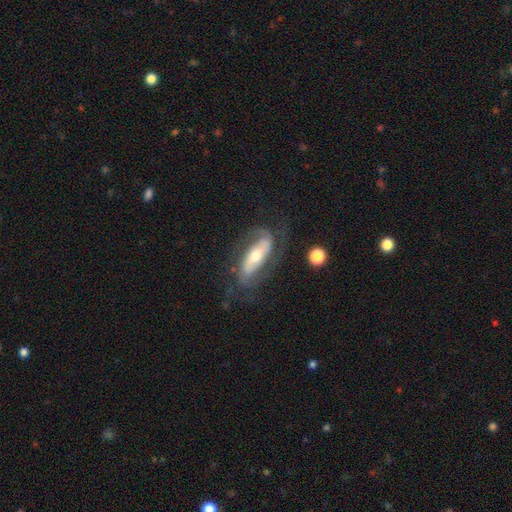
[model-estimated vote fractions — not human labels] smooth_or_featured: featured or disk (p=0.79) [alt: smooth p=0.15]
disk_edge_on: no (p=0.90) [alt: yes p=0.10]
bar: strong (p=0.41) [alt: no p=0.34]
has_spiral_arms: yes (p=0.89) [alt: no p=0.11]
spiral_winding: medium (p=0.44) [alt: tight p=0.30]
spiral_arm_count: 2 (p=0.83) [alt: can't tell p=0.08]
bulge_size: moderate (p=0.58) [alt: small p=0.32]
merging: none (p=0.67) [alt: minor disturbance p=0.17]